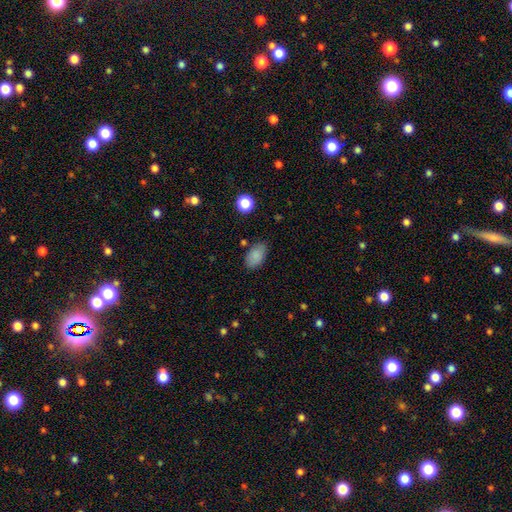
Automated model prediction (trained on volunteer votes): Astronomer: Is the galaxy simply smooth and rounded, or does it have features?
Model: smooth — 84%.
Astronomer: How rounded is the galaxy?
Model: in between — 91%.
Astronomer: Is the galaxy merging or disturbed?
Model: none — 76%.